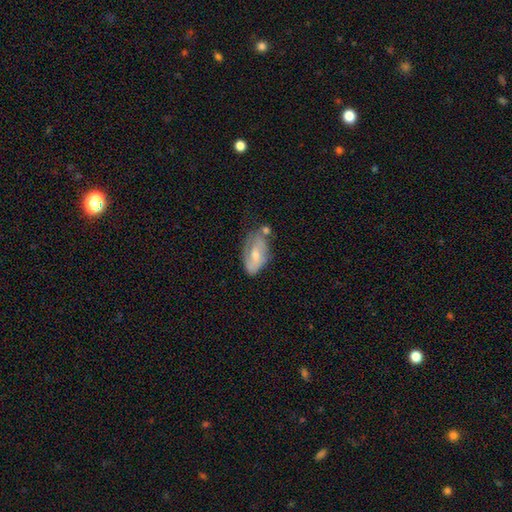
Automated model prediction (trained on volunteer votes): Smooth or featured? Predicted: featured or disk (p=0.50). Edge-on disk? Predicted: no (p=0.92). Merging? Predicted: none (p=0.43).